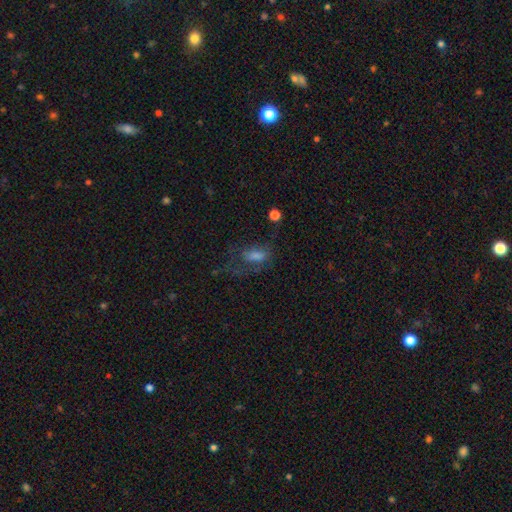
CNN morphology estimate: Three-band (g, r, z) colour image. It shows a smooth galaxy with no disk features (44%). Merging: major disturbance (42%).